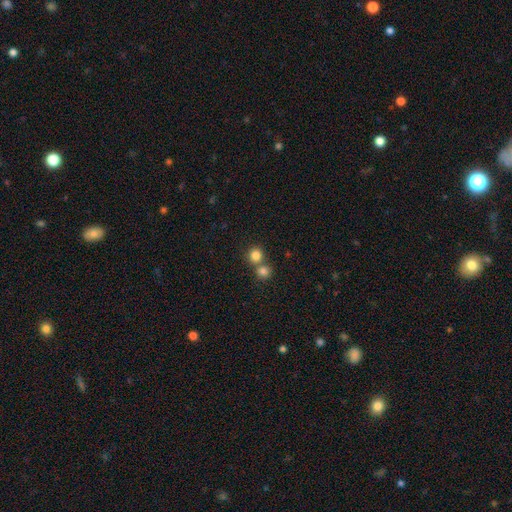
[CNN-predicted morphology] Overall: smooth (82%). How rounded: round (91%). Merging: none (57%; merger 35%).